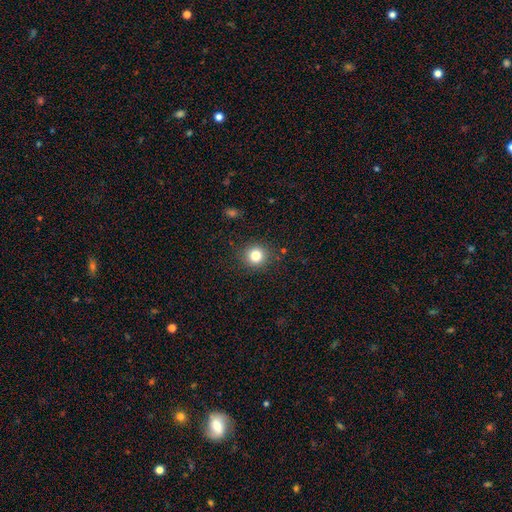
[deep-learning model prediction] Smooth or featured: smooth — 81% (star or artifact — 13%)
How rounded: round — 92% (in between — 7%)
Merging: none — 89% (minor disturbance — 7%)